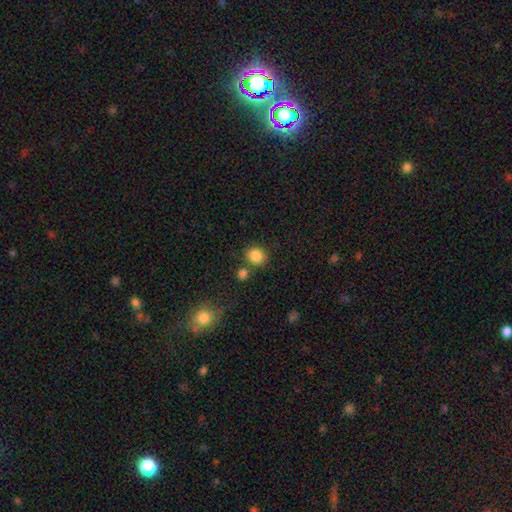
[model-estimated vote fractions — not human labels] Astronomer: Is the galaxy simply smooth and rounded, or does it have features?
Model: smooth — 85%.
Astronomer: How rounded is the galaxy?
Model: round — 73%.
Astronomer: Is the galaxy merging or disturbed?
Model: none — 72%.